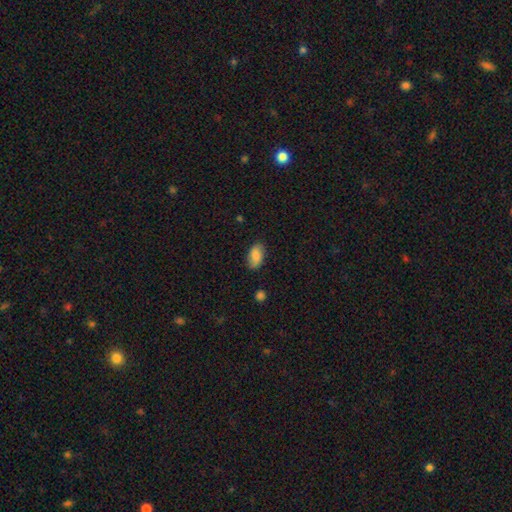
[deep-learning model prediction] smooth_or_featured: smooth (p=0.81) [alt: featured or disk p=0.11]
how_rounded: in between (p=0.93) [alt: round p=0.04]
merging: none (p=0.82) [alt: minor disturbance p=0.14]